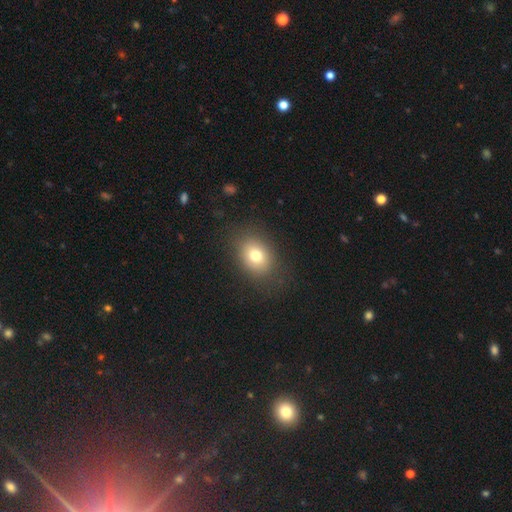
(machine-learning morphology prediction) The model was most divided on "how rounded": in between: 62%, round: 37%, cigar-shaped: 1%. More confident: merging — none (82%); smooth or featured — smooth (76%).